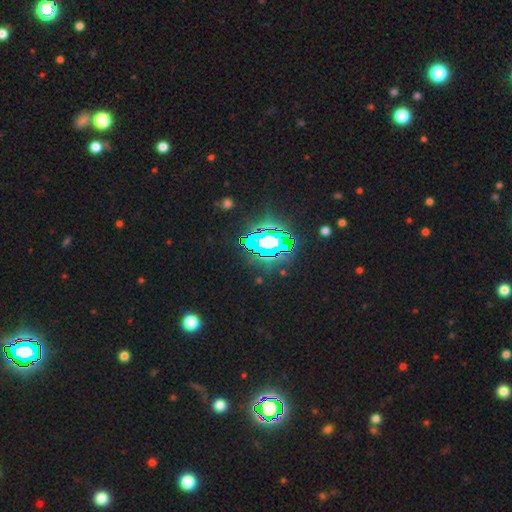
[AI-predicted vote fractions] Morphology: type=star or artifact (81%).